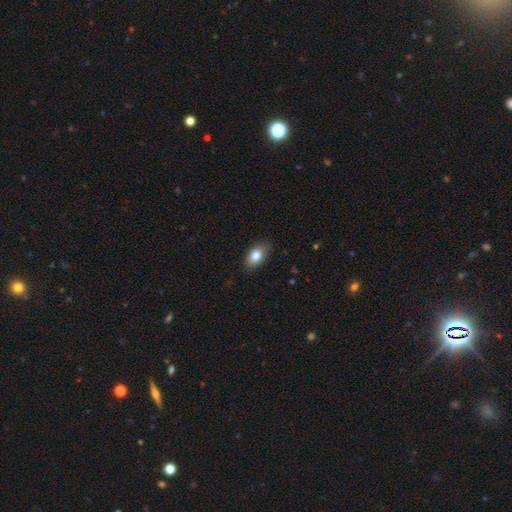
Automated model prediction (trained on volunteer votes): Smooth or featured?
  - smooth: 80% *
  - featured or disk: 12%
  - star or artifact: 8%
How rounded?
  - in between: 88% *
  - round: 9%
  - cigar-shaped: 2%
Merging?
  - none: 84% *
  - minor disturbance: 13%
  - major disturbance: 2%
  - merger: 1%